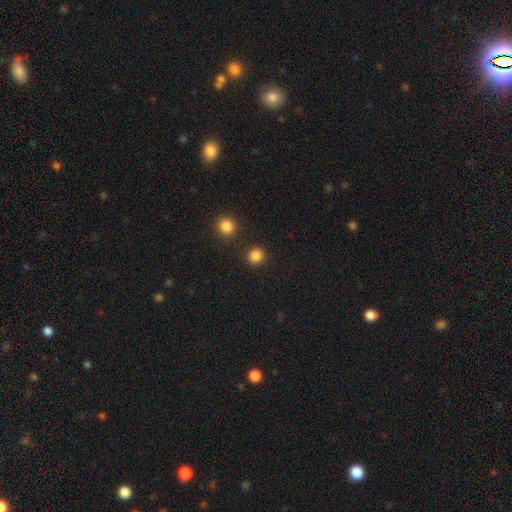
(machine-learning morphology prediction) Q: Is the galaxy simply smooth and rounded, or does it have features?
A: smooth — 85%.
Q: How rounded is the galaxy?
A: round — 91%.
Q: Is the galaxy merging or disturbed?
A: none — 89%.